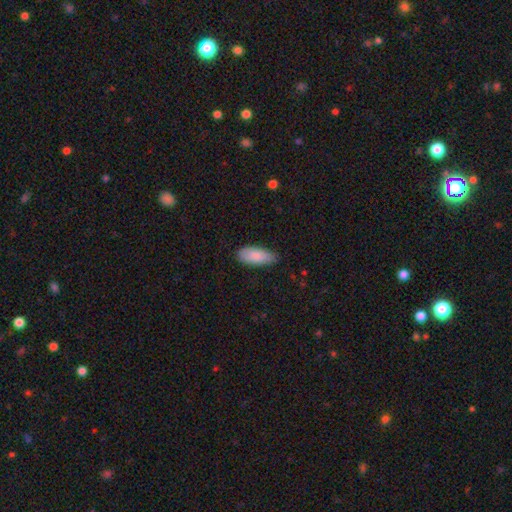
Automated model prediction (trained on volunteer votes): A smooth galaxy with no disk features (86%) that is in between round and cigar-shaped (85%).

Vote fractions:
- Smooth or featured? smooth: 86% / featured or disk: 8% / star or artifact: 6%
- How rounded? in between: 85% / cigar-shaped: 14% / round: 2%
- Merging? none: 73% / minor disturbance: 23% / major disturbance: 3% / merger: 1%